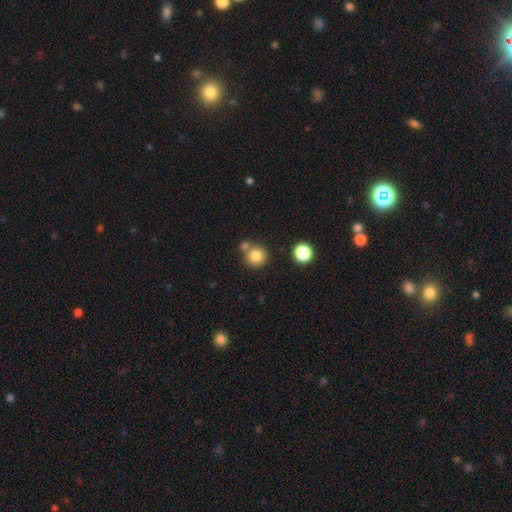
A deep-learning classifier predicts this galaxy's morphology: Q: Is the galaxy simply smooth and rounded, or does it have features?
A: smooth — 81%.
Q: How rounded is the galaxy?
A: round — 92%.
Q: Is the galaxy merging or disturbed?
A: none — 64%.